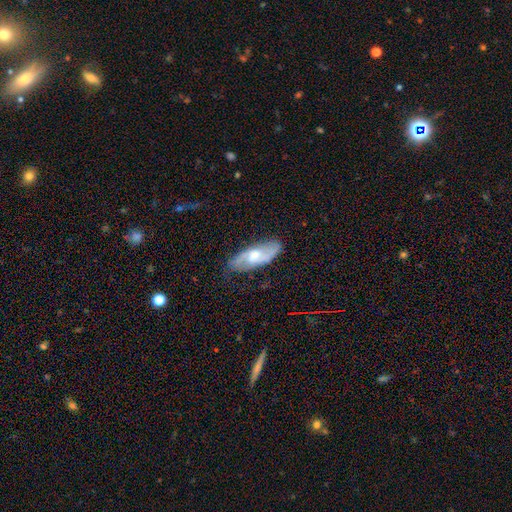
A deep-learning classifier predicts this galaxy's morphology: smooth-or-featured: featured or disk: 64% | smooth: 30% | star or artifact: 6%
  disk-edge-on: no: 86% | yes: 14%
    bar: no: 49% | weak: 43% | strong: 8%
    has-spiral-arms: yes: 88% | no: 12%
    bulge-size: moderate: 58% | small: 27% | large: 10% | none: 5% | dominant: 1%
  merging: none: 79% | minor disturbance: 16% | major disturbance: 4% | merger: 1%